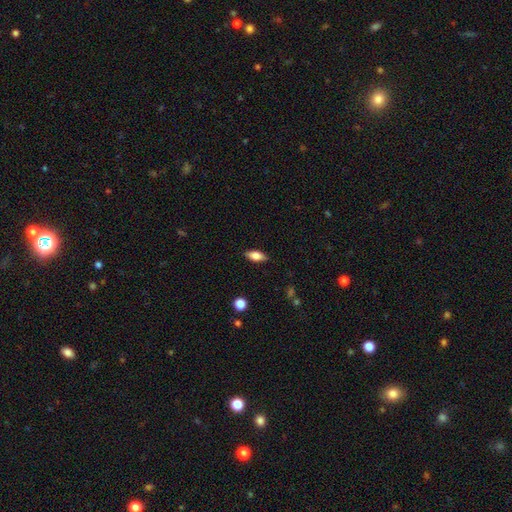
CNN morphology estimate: Smooth or featured? Predicted: smooth (p=0.72). How rounded? Predicted: in between (p=0.81). Merging? Predicted: none (p=0.87).